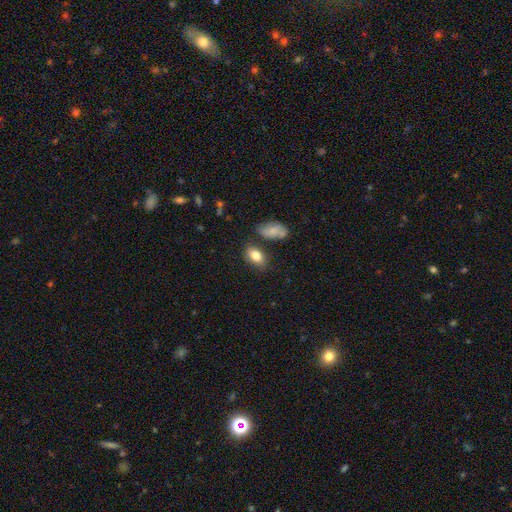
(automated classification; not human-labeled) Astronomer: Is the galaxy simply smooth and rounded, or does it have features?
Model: smooth — 82%.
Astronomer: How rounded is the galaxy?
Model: in between — 88%.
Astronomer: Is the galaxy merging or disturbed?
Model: none — 74%.